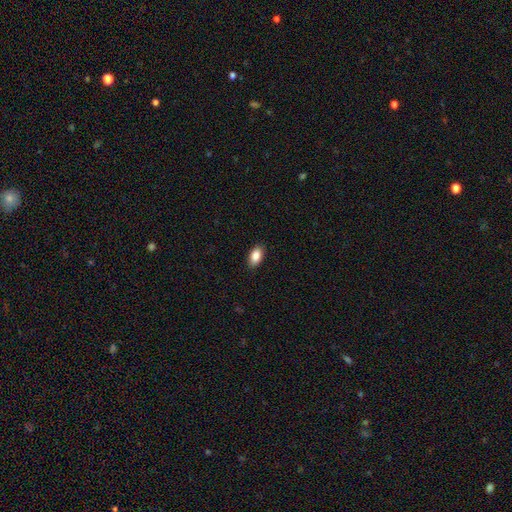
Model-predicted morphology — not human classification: Q: Smooth or featured?
A: smooth (87%); runner-up: star or artifact (7%)
Q: How rounded?
A: in between (92%); runner-up: round (5%)
Q: Merging?
A: none (89%); runner-up: minor disturbance (8%)